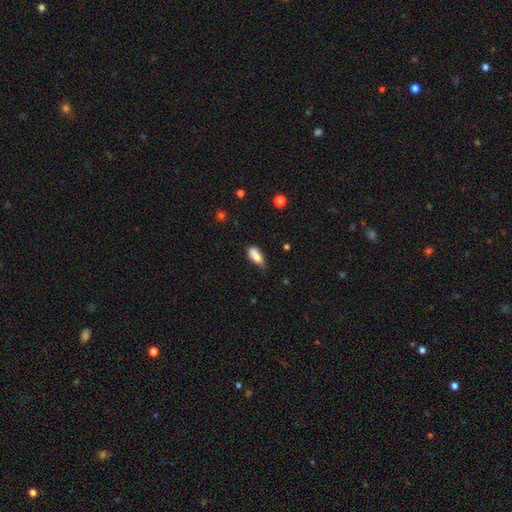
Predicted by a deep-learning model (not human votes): A smooth galaxy with no disk features (80%) that is in between round and cigar-shaped (79%).

Vote fractions:
- Smooth or featured? smooth: 80% / featured or disk: 12% / star or artifact: 8%
- How rounded? in between: 79% / cigar-shaped: 17% / round: 3%
- Merging? none: 41% (tied) / minor disturbance: 41% (tied) / major disturbance: 11% / merger: 7%